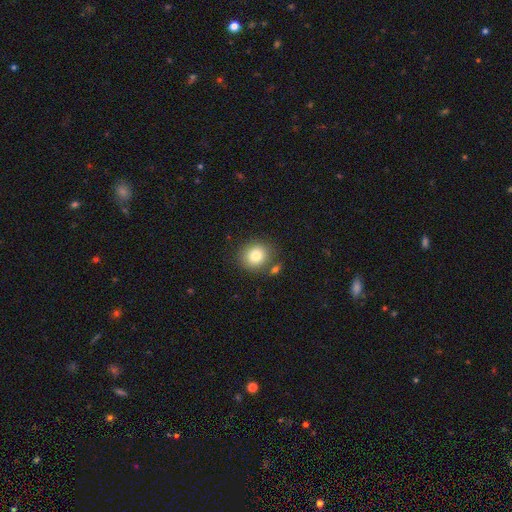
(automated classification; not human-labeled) Overall: smooth (81%). How rounded: round (80%). Merging: none (78%).